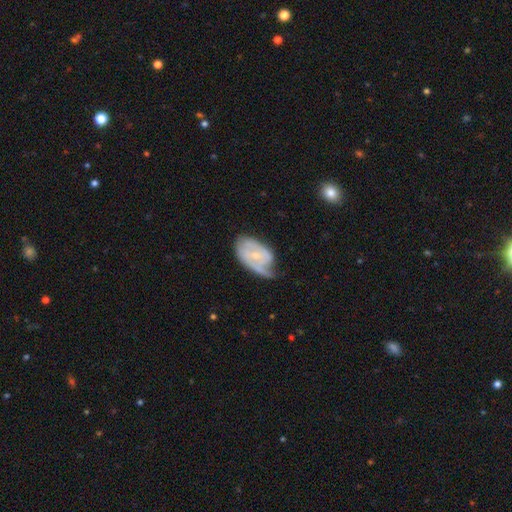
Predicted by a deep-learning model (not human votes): Smooth or featured: featured or disk — 67% (smooth — 27%)
Edge-on disk: no — 96% (yes — 4%)
Bar: no — 56% (weak — 37%)
Spiral arms: yes — 82% (no — 18%)
Spiral winding: tight — 44% (medium — 36%)
Spiral arm count: 2 — 35% (1 — 28%)
Bulge size: small — 70% (moderate — 23%)
Merging: minor disturbance — 38% (none — 36%)